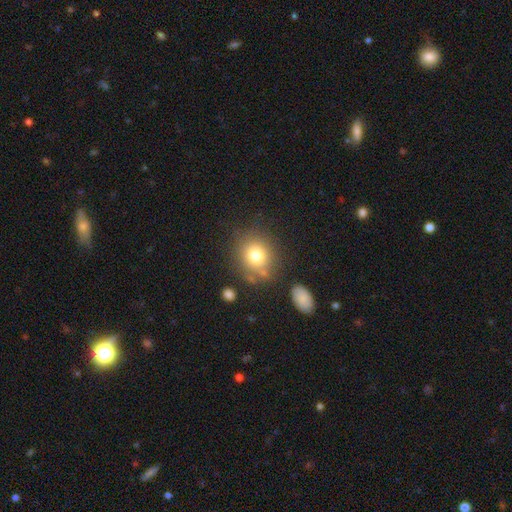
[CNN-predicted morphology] Smooth or featured: smooth — 77% (star or artifact — 12%)
How rounded: round — 77% (in between — 22%)
Merging: none — 75% (minor disturbance — 13%)